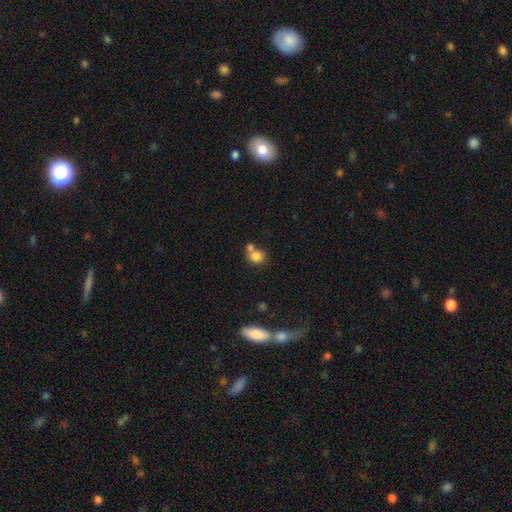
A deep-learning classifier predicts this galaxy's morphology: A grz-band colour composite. It shows a smooth galaxy with no disk features (80%) that is round (70%). Merging: merger (47%).